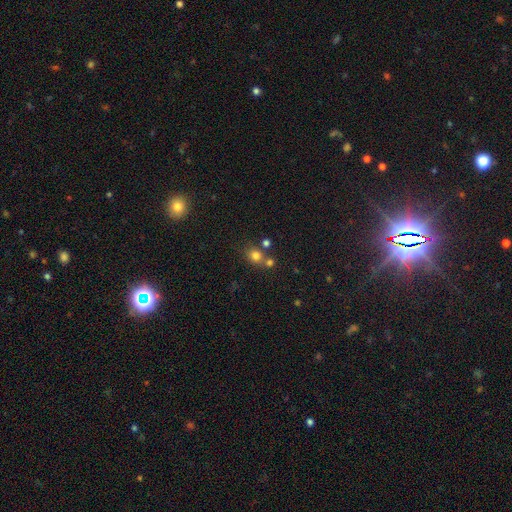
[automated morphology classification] Smooth or featured? smooth (77%)
How rounded? round (77%)
Merging? none (60%)